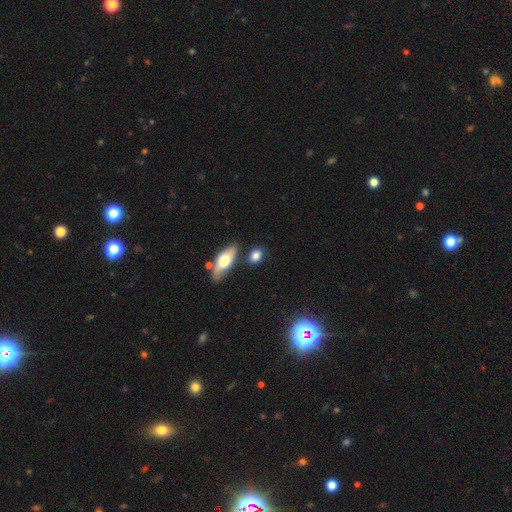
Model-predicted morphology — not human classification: A smooth galaxy with no disk features (79%) that is in between round and cigar-shaped (60%). Merging: none (71%).